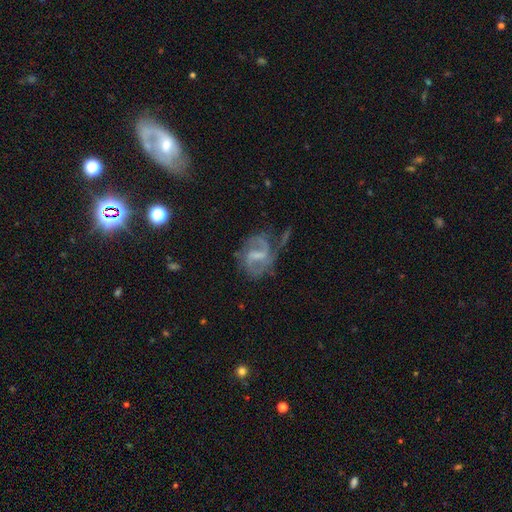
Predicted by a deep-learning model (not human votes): A featured or disk galaxy (80%) with a weak bar (55%), 2 (71%) medium (48%) spiral arms (90%) and a small central bulge (36%). Merging: none (49%).